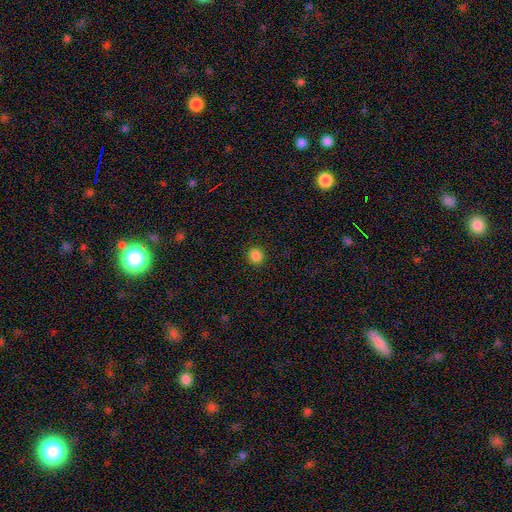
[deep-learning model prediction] Smooth or featured: smooth — 85% (star or artifact — 12%)
How rounded: round — 94% (in between — 6%)
Merging: none — 92% (minor disturbance — 5%)